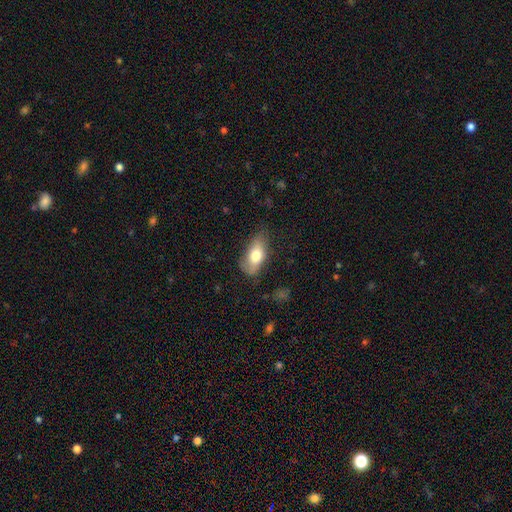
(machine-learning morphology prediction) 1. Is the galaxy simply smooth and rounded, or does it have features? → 70% smooth, 23% featured or disk, 7% star or artifact.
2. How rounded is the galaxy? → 87% in between, 8% cigar-shaped, 5% round.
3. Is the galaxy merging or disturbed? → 54% none, 32% minor disturbance, 11% major disturbance, 2% merger.